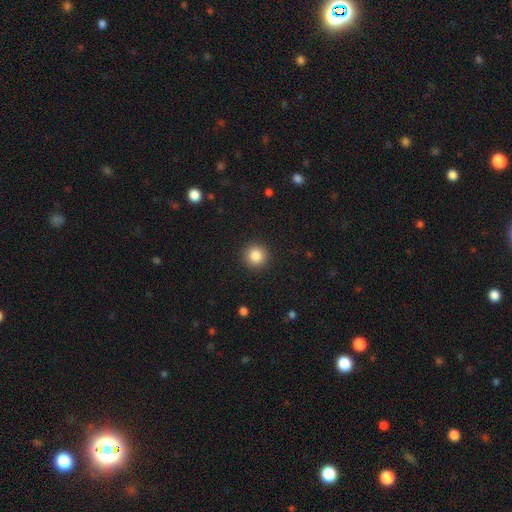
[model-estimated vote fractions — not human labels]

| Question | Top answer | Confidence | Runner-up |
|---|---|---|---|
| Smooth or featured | smooth | 85% | star or artifact (10%) |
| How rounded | round | 95% | in between (4%) |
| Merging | none | 92% | minor disturbance (5%) |